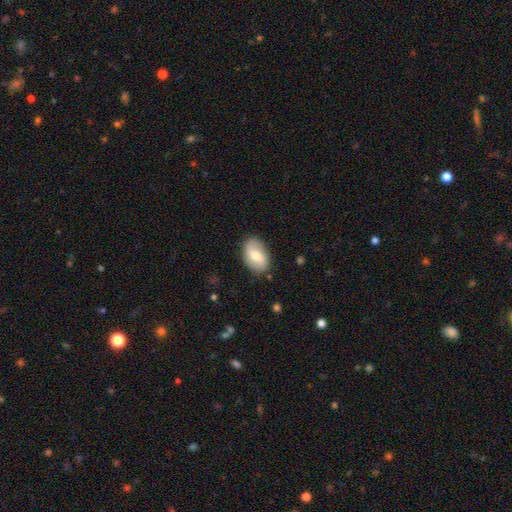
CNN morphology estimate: smooth_or_featured: smooth (p=0.54) [alt: featured or disk p=0.39]
how_rounded: in between (p=0.88) [alt: round p=0.10]
merging: none (p=0.84) [alt: minor disturbance p=0.12]